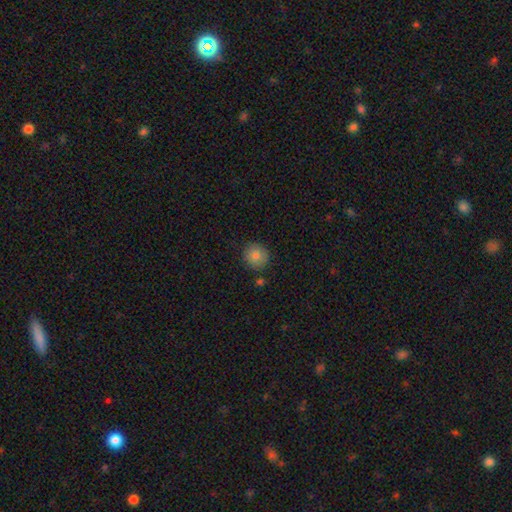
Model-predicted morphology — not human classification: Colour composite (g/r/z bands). It shows a smooth galaxy with no disk features (84%) that is round (88%). Merging: none (85%).